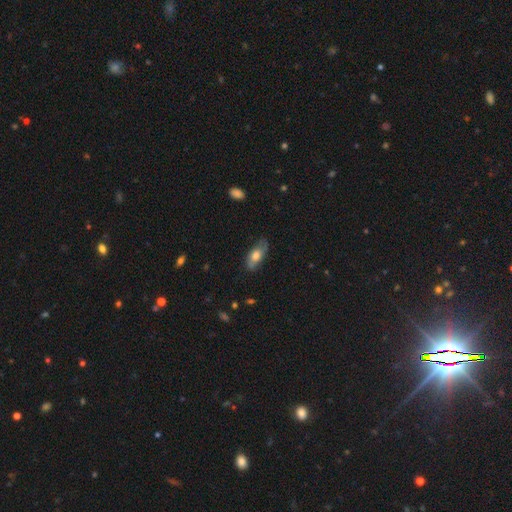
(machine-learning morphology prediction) Smooth or featured?
  - smooth: 60% *
  - featured or disk: 34%
  - star or artifact: 7%
How rounded?
  - in between: 81% *
  - cigar-shaped: 15%
  - round: 4%
Merging?
  - none: 71% *
  - minor disturbance: 22%
  - major disturbance: 5%
  - merger: 2%